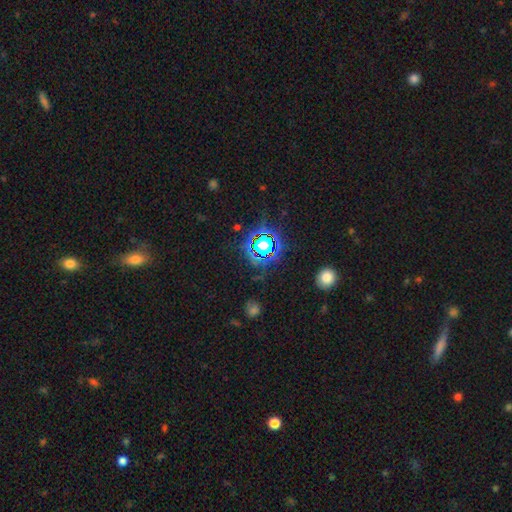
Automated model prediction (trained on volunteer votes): A star or artifact, not a galaxy (77%).

Vote fractions:
- Smooth or featured? star or artifact: 77% / smooth: 14% / featured or disk: 8%